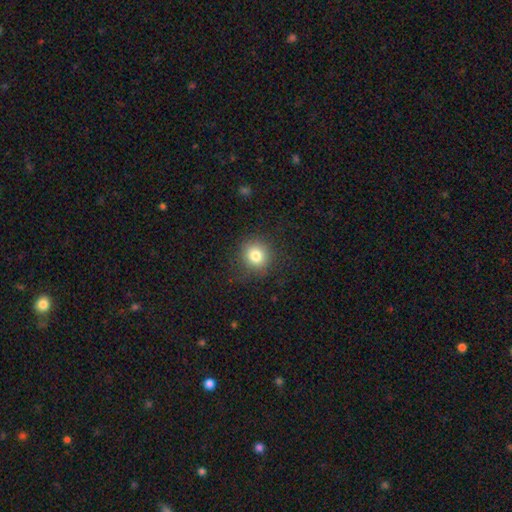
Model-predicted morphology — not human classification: type=smooth (80%); roundness=round (89%); merging=none (85%).